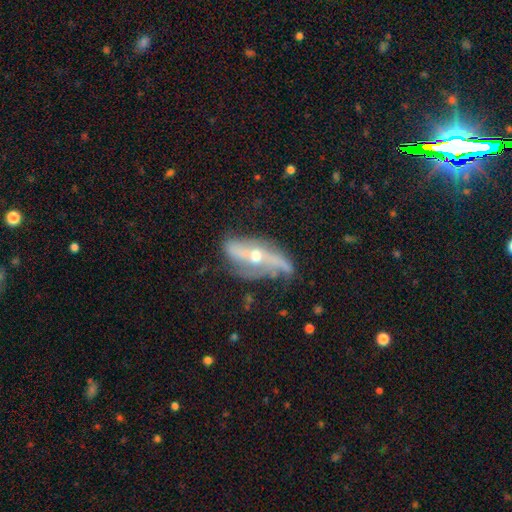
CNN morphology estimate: Overall: featured or disk (78%). Edge-on disk: no (78%). Bar: no (50%; strong 28%). Spiral arms: yes (82%). Spiral arm count: 2 (73%). Spiral winding: loose (70%). Bulge size: moderate (57%; small 38%). Merging: none (47%; minor disturbance 28%).